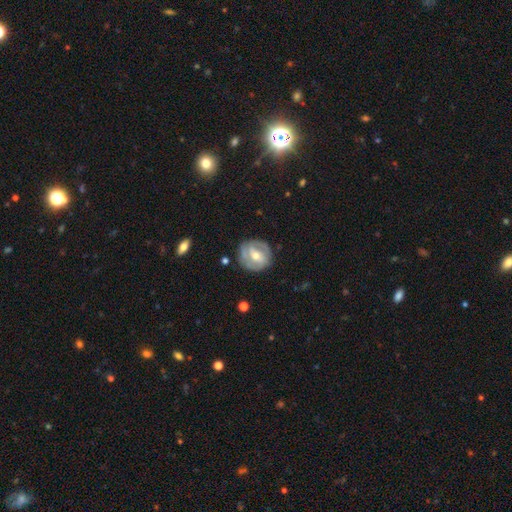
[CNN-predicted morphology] type=featured or disk (71%); edge-on=no (96%); bar=weak (42%); spiral arms=yes (74%); winding=tight (54%); arm count=2 (51%); bulge=moderate (63%); merging=none (74%).